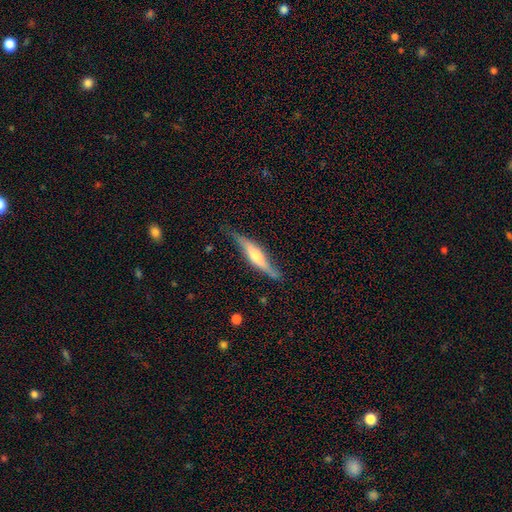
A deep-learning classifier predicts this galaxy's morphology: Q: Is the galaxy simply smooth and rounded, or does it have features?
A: featured or disk — 68%.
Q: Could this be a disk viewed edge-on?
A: yes — 82%.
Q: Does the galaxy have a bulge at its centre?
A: rounded — 73%.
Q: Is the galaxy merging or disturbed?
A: none — 68%.